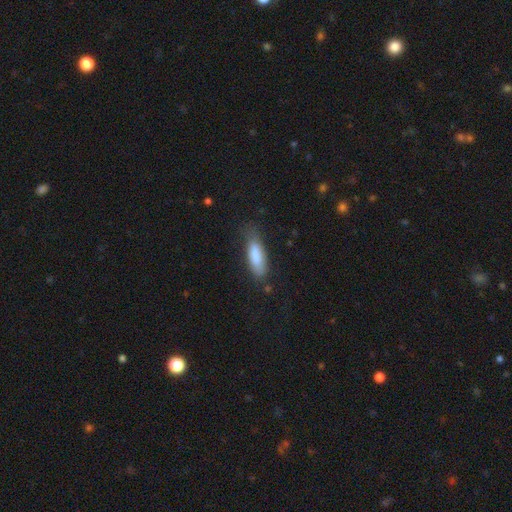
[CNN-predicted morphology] Smooth or featured: smooth — 84% (featured or disk — 10%)
How rounded: in between — 58% (cigar-shaped — 40%)
Merging: none — 62% (minor disturbance — 27%)